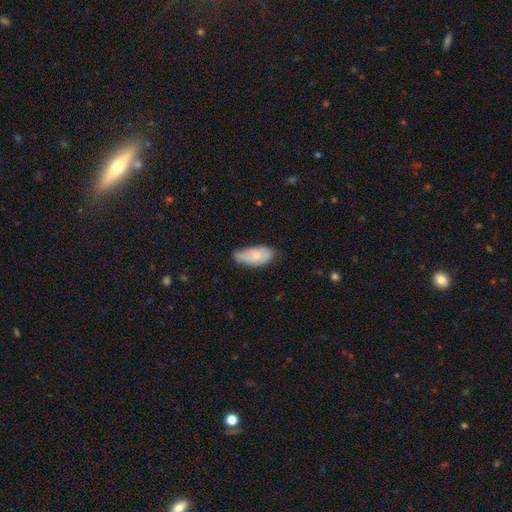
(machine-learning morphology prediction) smooth 69%, featured or disk 25%, star or artifact 6%. Down the decision tree: how rounded — in between (92%); merging — none (49%).